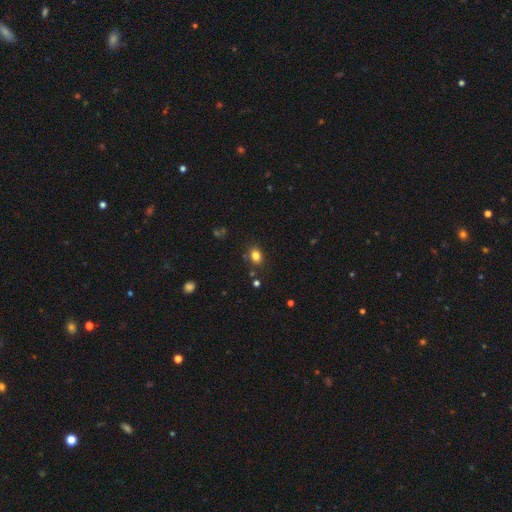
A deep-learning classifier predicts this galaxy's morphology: smooth_or_featured: smooth (p=0.82) [alt: star or artifact p=0.12]
how_rounded: in between (p=0.60) [alt: round p=0.39]
merging: none (p=0.81) [alt: minor disturbance p=0.13]